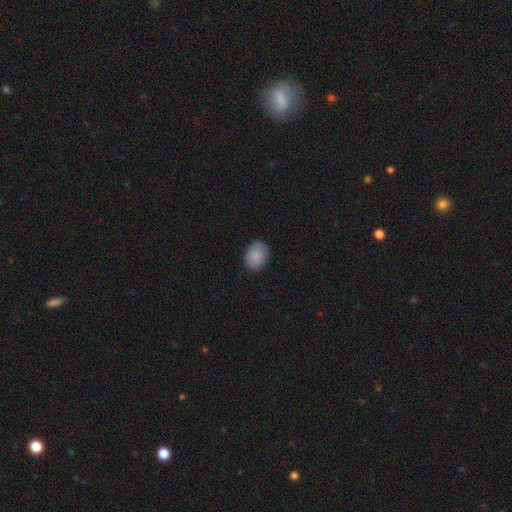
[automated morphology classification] smooth_or_featured: smooth (p=0.85) [alt: featured or disk p=0.08]
how_rounded: in between (p=0.60) [alt: round p=0.39]
merging: none (p=0.84) [alt: minor disturbance p=0.13]